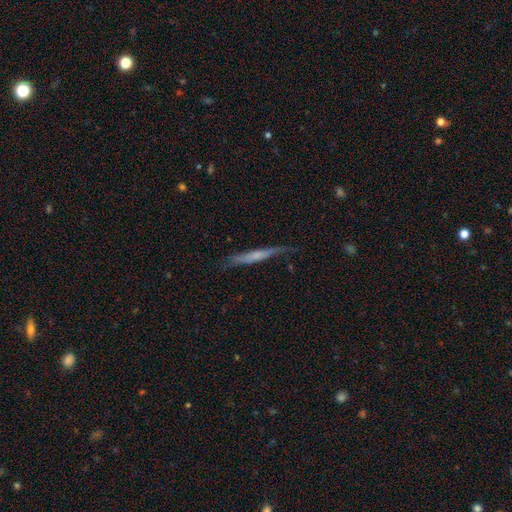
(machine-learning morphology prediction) This is possibly a featured or disk galaxy (51%). It is clearly viewed edge-on (90%). Merging: likely none (69%).